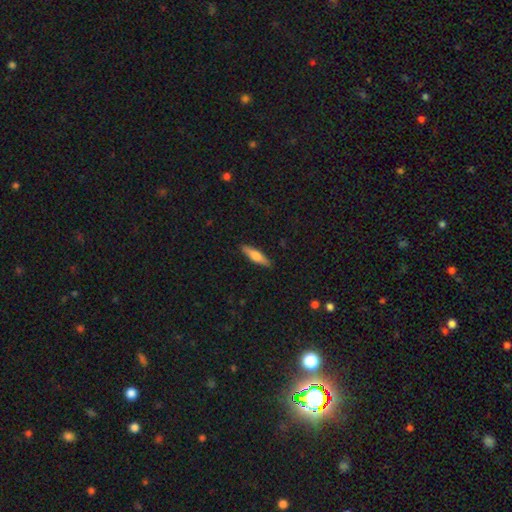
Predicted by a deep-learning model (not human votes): smooth_or_featured: smooth (p=0.57) [alt: featured or disk p=0.37]
how_rounded: cigar-shaped (p=0.75) [alt: in between p=0.23]
merging: none (p=0.90) [alt: minor disturbance p=0.07]